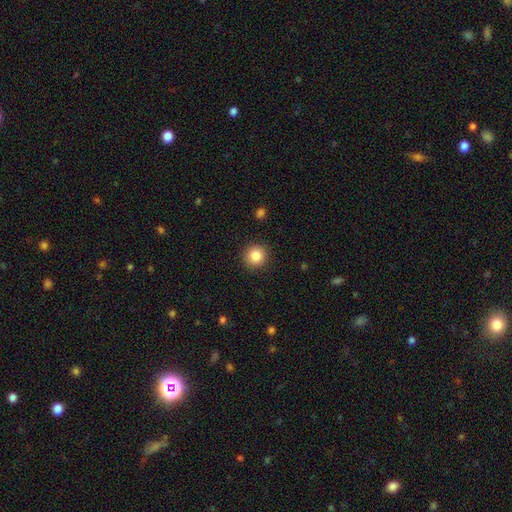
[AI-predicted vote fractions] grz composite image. It shows a smooth galaxy with no disk features (85%) that is round (92%). Merging: none (91%).